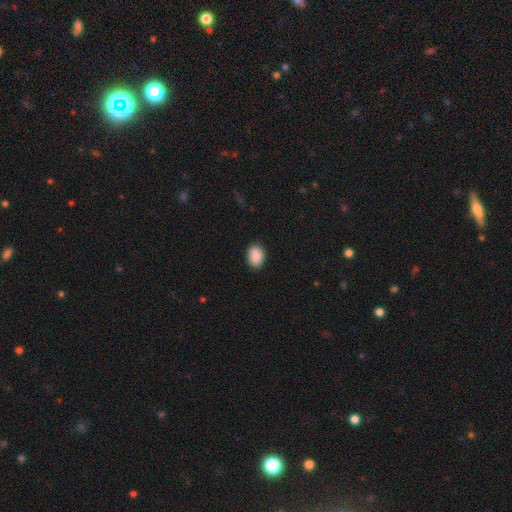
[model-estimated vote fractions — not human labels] Morphology: type=smooth (90%); roundness=in between (71%); merging=none (86%).